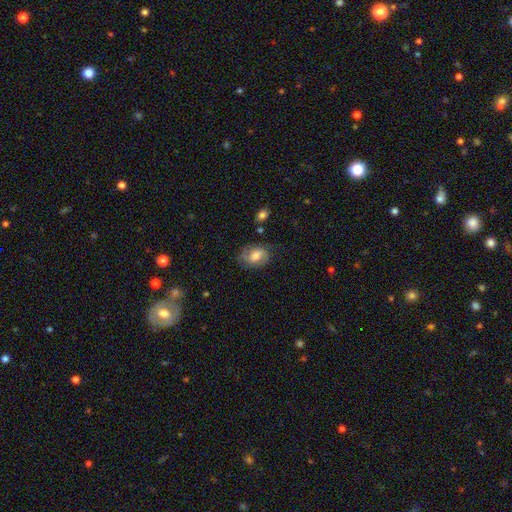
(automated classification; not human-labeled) A featured or disk galaxy (47%). Merging: none (69%).